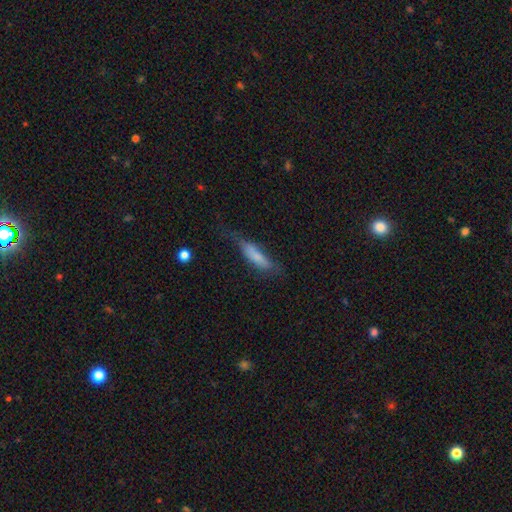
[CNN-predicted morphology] Smooth or featured: smooth — 71% (featured or disk — 21%)
How rounded: cigar-shaped — 63% (in between — 35%)
Merging: none — 39% (minor disturbance — 34%)